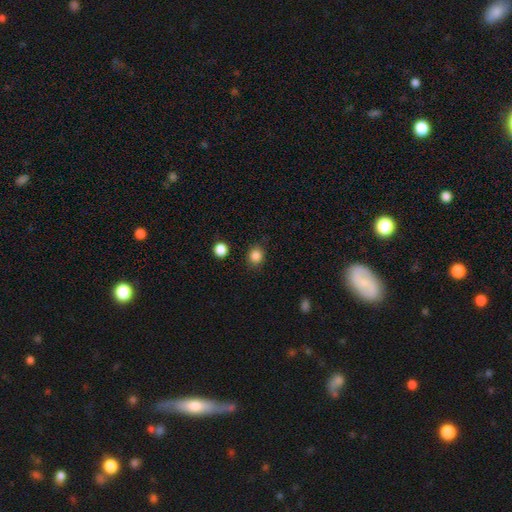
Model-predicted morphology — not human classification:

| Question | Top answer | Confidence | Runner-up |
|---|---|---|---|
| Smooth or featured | smooth | 85% | star or artifact (11%) |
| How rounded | round | 77% | in between (22%) |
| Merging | none | 86% | minor disturbance (9%) |